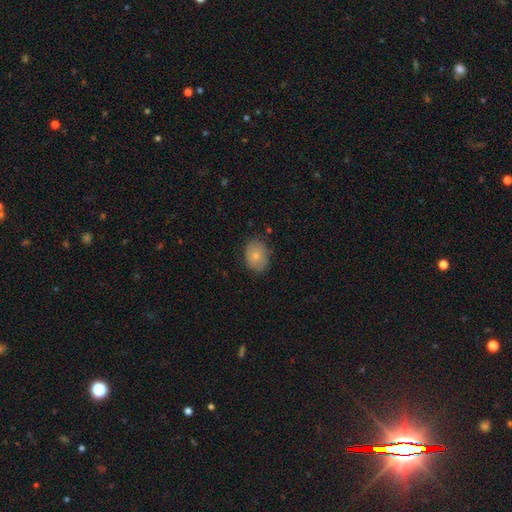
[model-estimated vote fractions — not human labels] Overall: smooth (79%). How rounded: in between (61%; round 38%). Merging: none (79%).